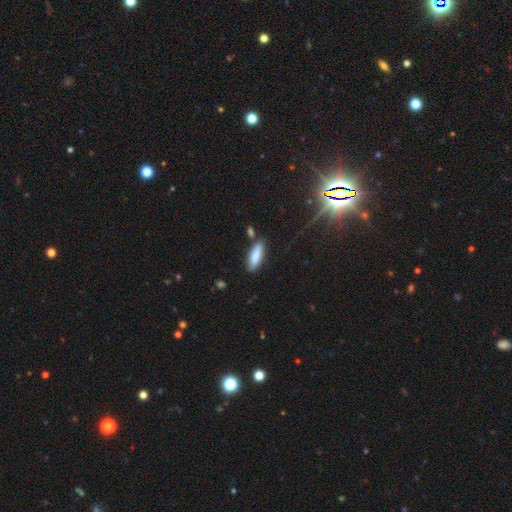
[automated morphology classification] smooth-or-featured: smooth: 84% | featured or disk: 9% | star or artifact: 7%
  how-rounded: in between: 52% | cigar-shaped: 47% | round: 2%
  merging: none: 78% | minor disturbance: 13% | merger: 6% | major disturbance: 3%